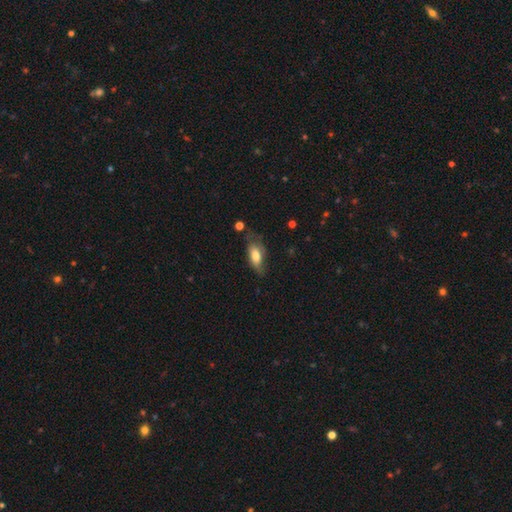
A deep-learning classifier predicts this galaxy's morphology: type=smooth (69%); roundness=in between (83%); merging=none (49%).